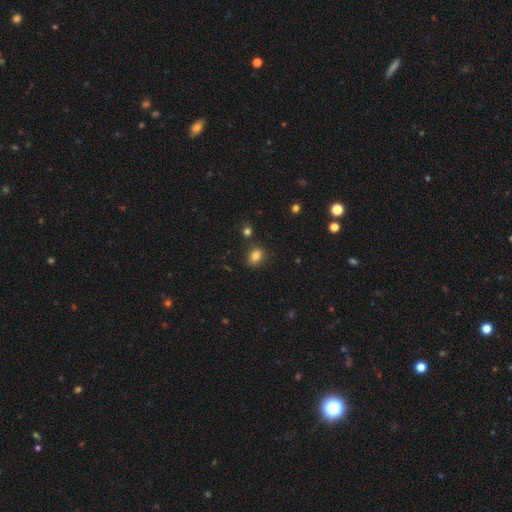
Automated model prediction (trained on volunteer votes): Morphology: type=smooth (82%); roundness=in between (56%); merging=none (79%).